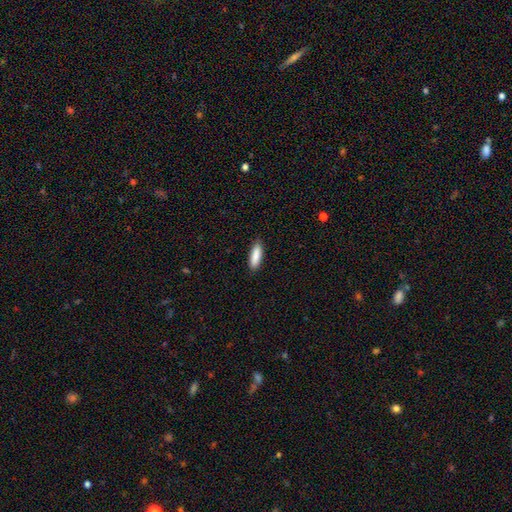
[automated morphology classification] Smooth or featured? Predicted: smooth (p=0.89). How rounded? Predicted: cigar-shaped (p=0.52). Merging? Predicted: none (p=0.89).